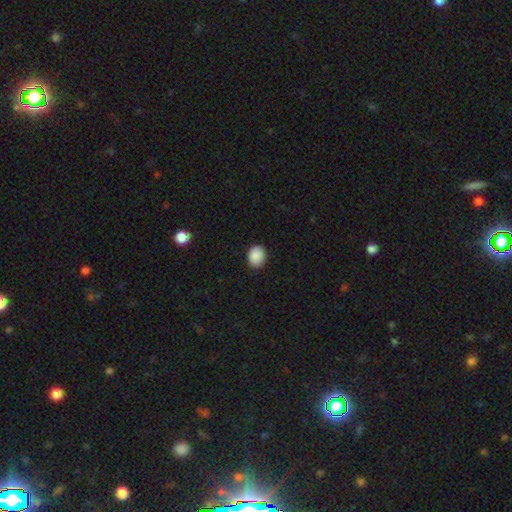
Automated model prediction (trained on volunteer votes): Smooth or featured?
  - smooth: 89% *
  - star or artifact: 8%
  - featured or disk: 3%
How rounded?
  - in between: 53% *
  - round: 46%
  - cigar-shaped: 1%
Merging?
  - none: 88% *
  - minor disturbance: 9%
  - major disturbance: 2%
  - merger: 1%